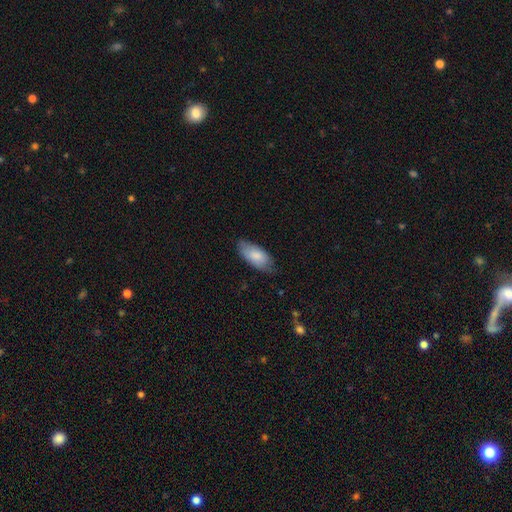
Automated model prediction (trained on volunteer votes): Smooth or featured?
  - smooth: 80% *
  - featured or disk: 14%
  - star or artifact: 6%
How rounded?
  - in between: 89% *
  - cigar-shaped: 9%
  - round: 2%
Merging?
  - none: 67% *
  - minor disturbance: 27%
  - major disturbance: 5%
  - merger: 1%